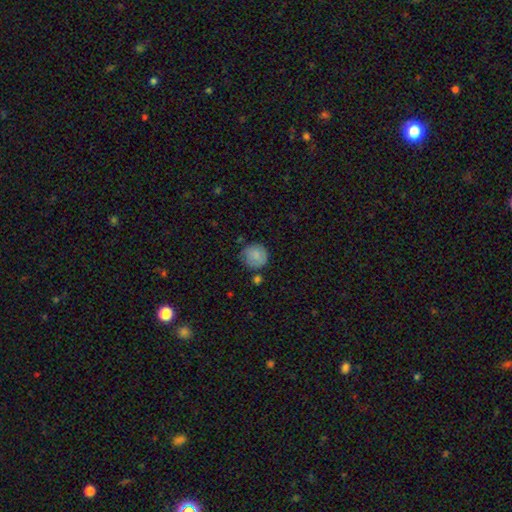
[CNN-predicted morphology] Smooth or featured: smooth — 81% (featured or disk — 11%)
How rounded: round — 89% (in between — 10%)
Merging: none — 69% (minor disturbance — 21%)